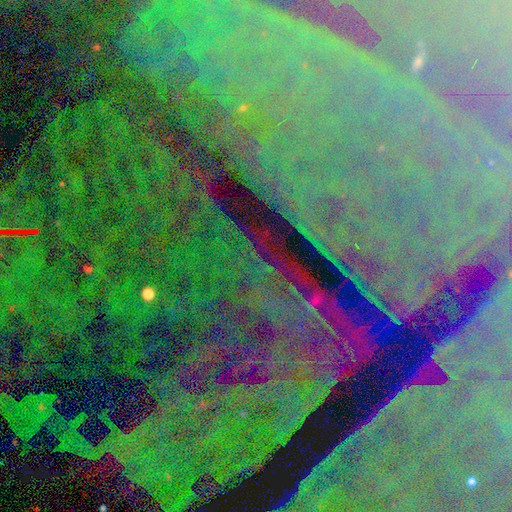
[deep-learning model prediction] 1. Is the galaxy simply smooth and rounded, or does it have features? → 87% star or artifact, 7% featured or disk, 6% smooth.